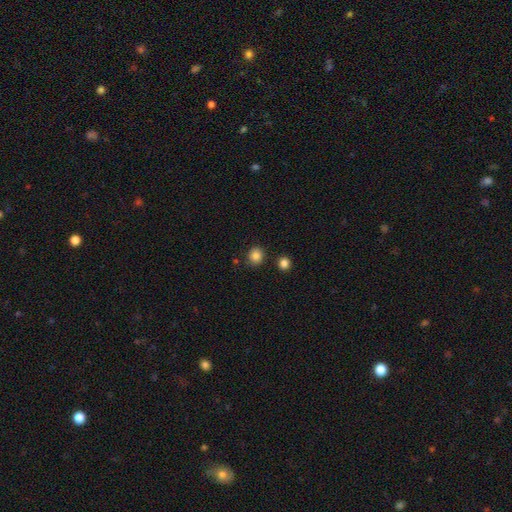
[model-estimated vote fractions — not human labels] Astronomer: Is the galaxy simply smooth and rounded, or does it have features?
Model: smooth — 84%.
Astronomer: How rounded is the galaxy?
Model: round — 85%.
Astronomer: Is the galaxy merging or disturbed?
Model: none — 84%.